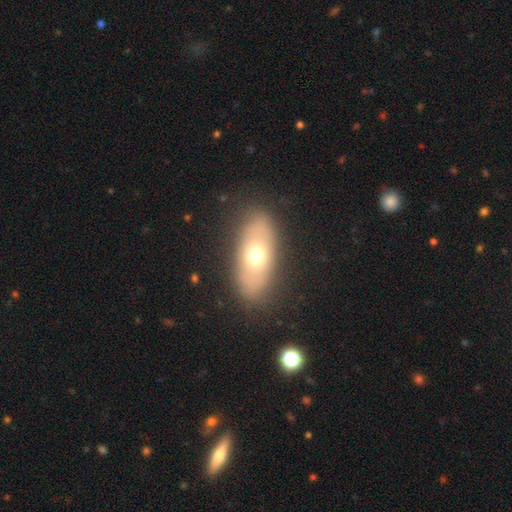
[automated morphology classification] Smooth or featured: smooth — 60% (featured or disk — 32%)
How rounded: in between — 83% (cigar-shaped — 11%)
Merging: none — 82% (minor disturbance — 12%)